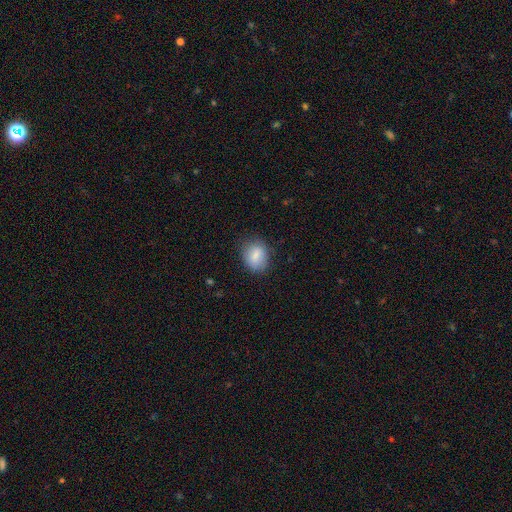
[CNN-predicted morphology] Smooth or featured? smooth (83%)
How rounded? in between (56%)
Merging? none (79%)